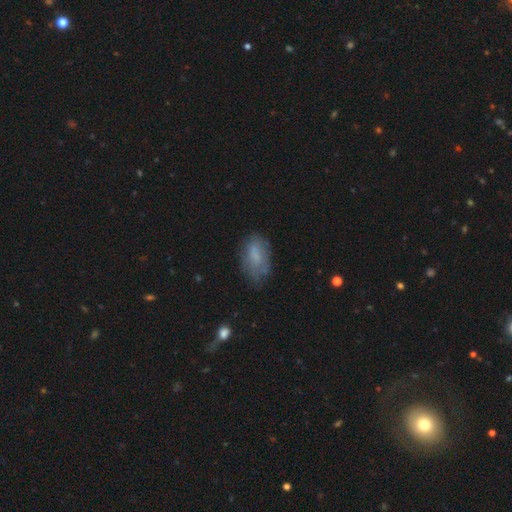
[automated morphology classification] Smooth or featured? smooth (68%)
How rounded? in between (92%)
Merging? none (59%)